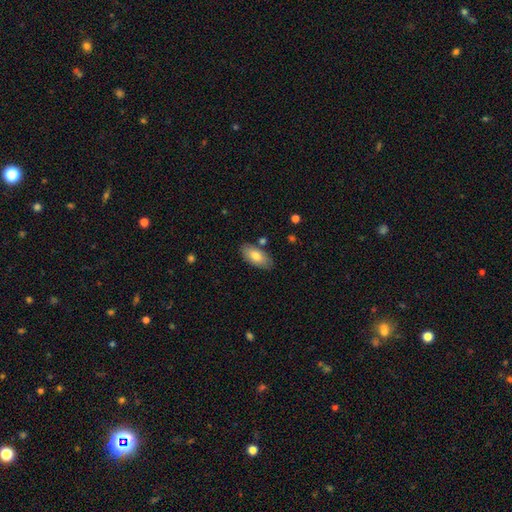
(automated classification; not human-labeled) Q: Smooth or featured?
A: smooth (78%); runner-up: featured or disk (16%)
Q: How rounded?
A: in between (92%); runner-up: cigar-shaped (6%)
Q: Merging?
A: none (81%); runner-up: minor disturbance (12%)